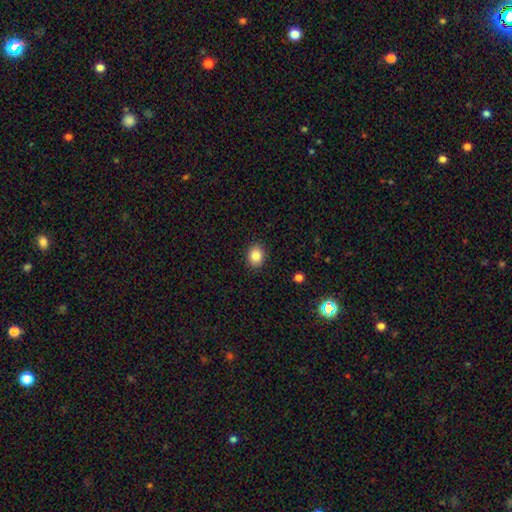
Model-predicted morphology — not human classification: Q: Smooth or featured?
A: smooth (85%); runner-up: star or artifact (10%)
Q: How rounded?
A: round (55%); runner-up: in between (45%)
Q: Merging?
A: none (89%); runner-up: minor disturbance (7%)